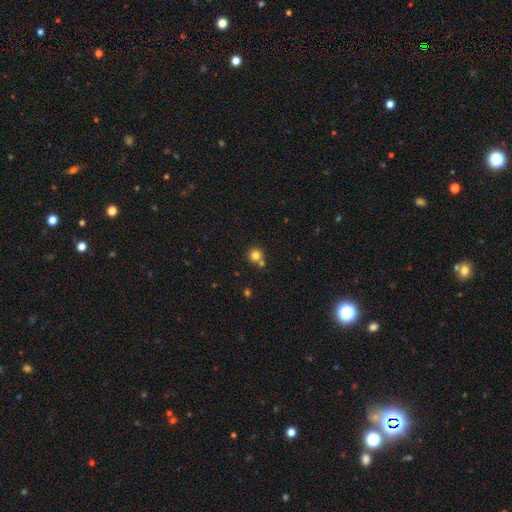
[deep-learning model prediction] Q: Smooth or featured?
A: smooth (80%); runner-up: star or artifact (13%)
Q: How rounded?
A: round (93%); runner-up: in between (6%)
Q: Merging?
A: none (67%); runner-up: merger (23%)